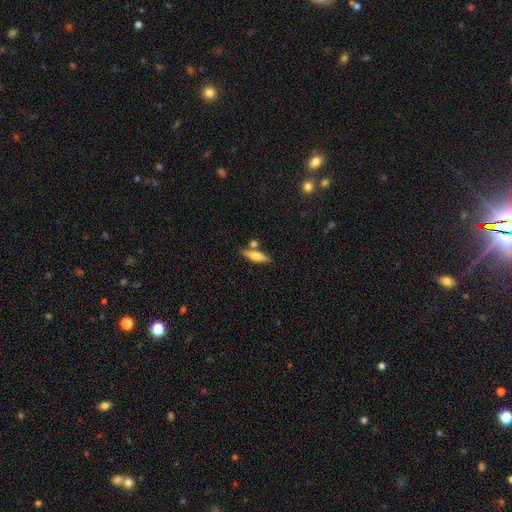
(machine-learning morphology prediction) This appears to be a smooth galaxy with no disk features (56%) that is cigar-shaped (64%). Merging: none (73%).